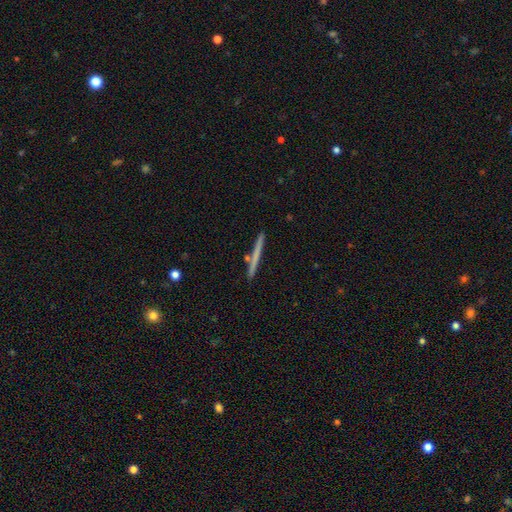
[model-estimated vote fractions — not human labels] Overall: smooth (54%; featured or disk 40%). How rounded: cigar-shaped (97%). Merging: none (90%).